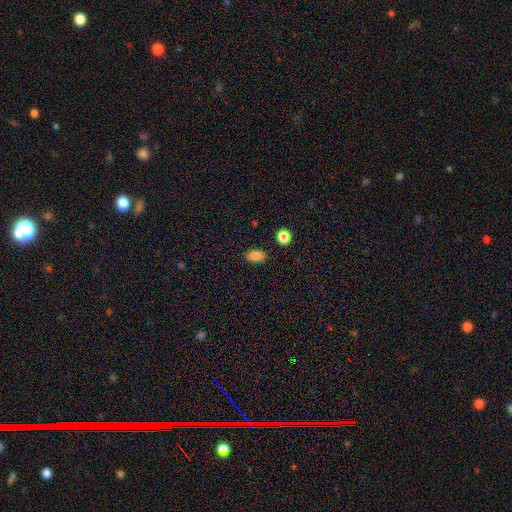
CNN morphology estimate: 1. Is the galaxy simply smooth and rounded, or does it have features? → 86% smooth, 9% star or artifact, 5% featured or disk.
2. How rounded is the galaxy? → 87% in between, 10% round, 2% cigar-shaped.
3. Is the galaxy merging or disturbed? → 85% none, 10% minor disturbance, 2% major disturbance, 2% merger.